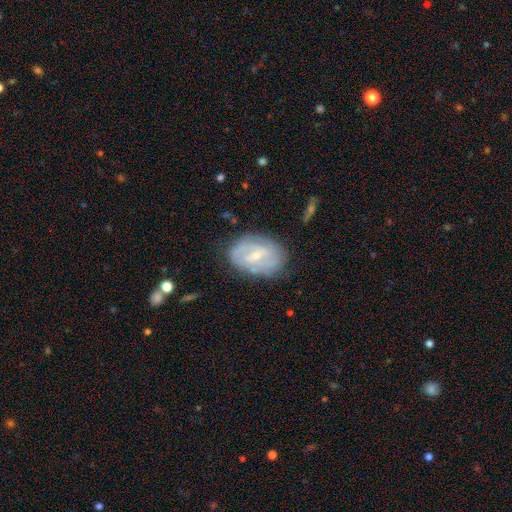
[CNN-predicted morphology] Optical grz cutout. It shows a featured or disk galaxy (75%) with a weak bar (52%), 2 (43%) tight (53%) spiral arms (81%) and a small central bulge (69%). Merging: none (73%).